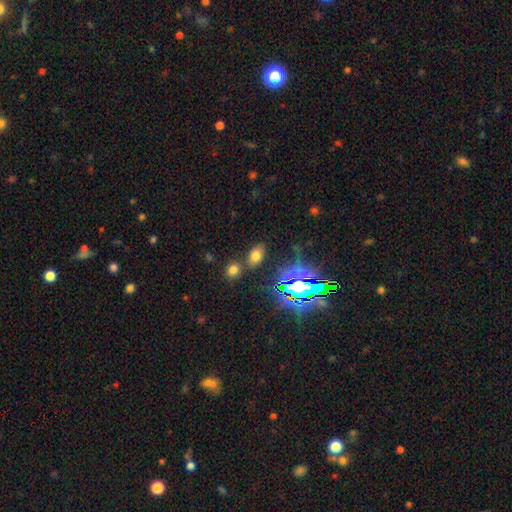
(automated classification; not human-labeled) smooth-or-featured: smooth: 65% | star or artifact: 26% | featured or disk: 9%
  how-rounded: in between: 86% | round: 11% | cigar-shaped: 3%
  merging: none: 74% | merger: 13% | minor disturbance: 10% | major disturbance: 4%